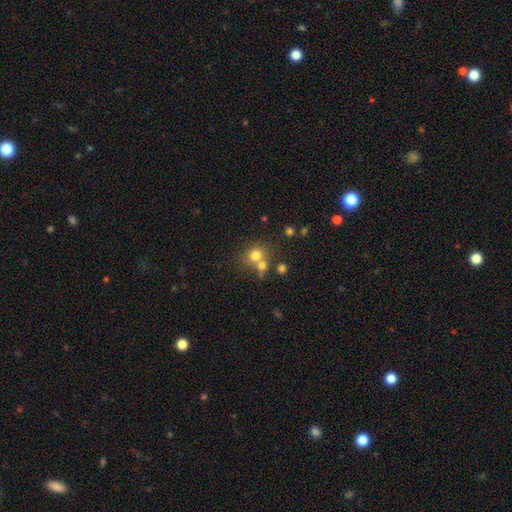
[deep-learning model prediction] Overall: smooth (73%). How rounded: round (78%). Merging: none (47%; merger 40%).